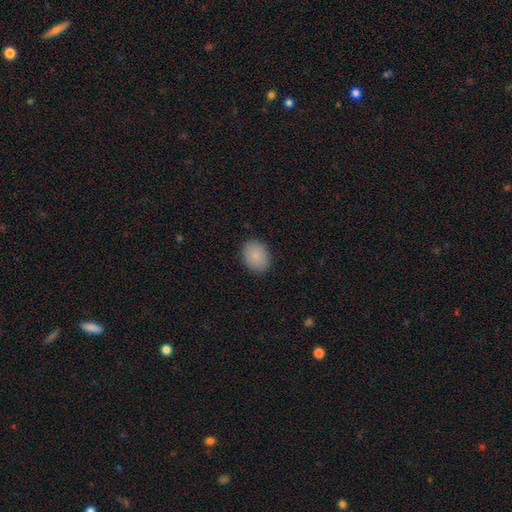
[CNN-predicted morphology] The model was most divided on "how rounded": in between: 61%, round: 38%, cigar-shaped: 1%. More confident: merging — none (88%); smooth or featured — smooth (86%).